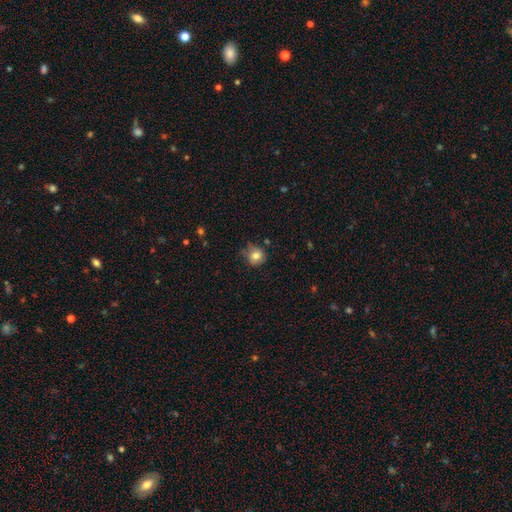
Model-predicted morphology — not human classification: Smooth or featured: smooth — 80% (featured or disk — 11%)
How rounded: round — 80% (in between — 19%)
Merging: none — 62% (minor disturbance — 28%)